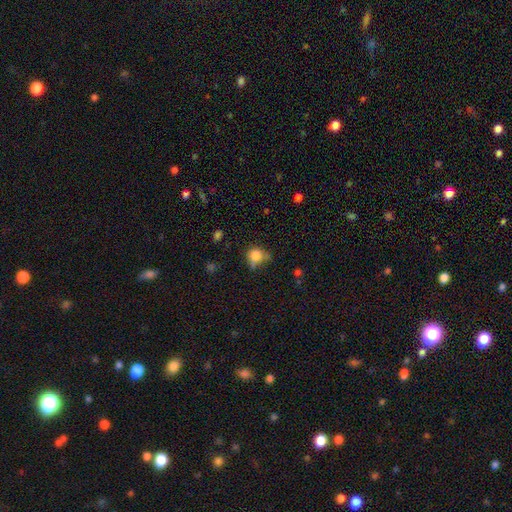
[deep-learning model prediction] A smooth galaxy with no disk features (80%) that is round (78%). Merging: none (51%).